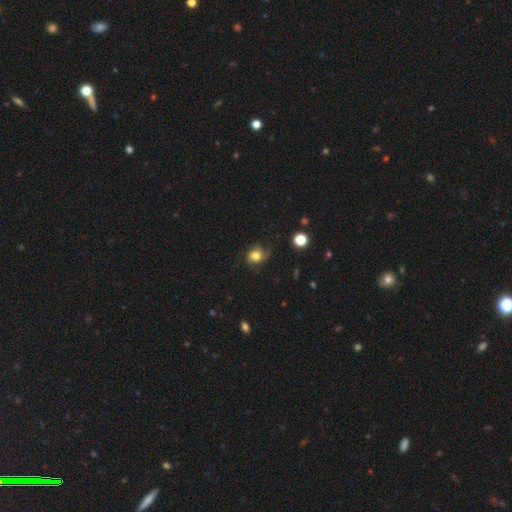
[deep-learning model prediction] Smooth or featured?
  - smooth: 65% *
  - featured or disk: 23%
  - star or artifact: 12%
How rounded?
  - round: 67% *
  - in between: 32%
  - cigar-shaped: 1%
Merging?
  - none: 58% *
  - minor disturbance: 26%
  - major disturbance: 14%
  - merger: 2%